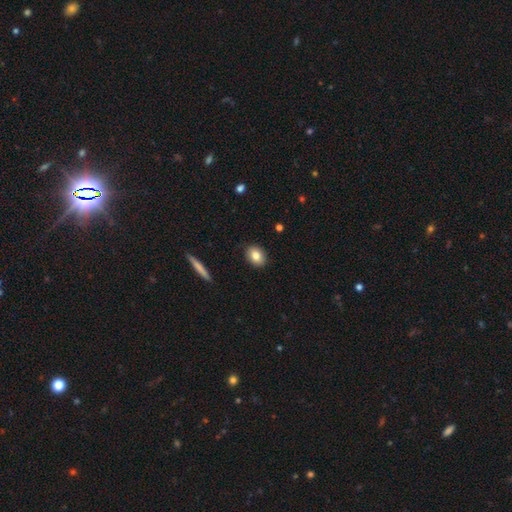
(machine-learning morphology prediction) Q: Smooth or featured?
A: smooth (83%); runner-up: featured or disk (9%)
Q: How rounded?
A: in between (61%); runner-up: round (37%)
Q: Merging?
A: none (90%); runner-up: minor disturbance (7%)